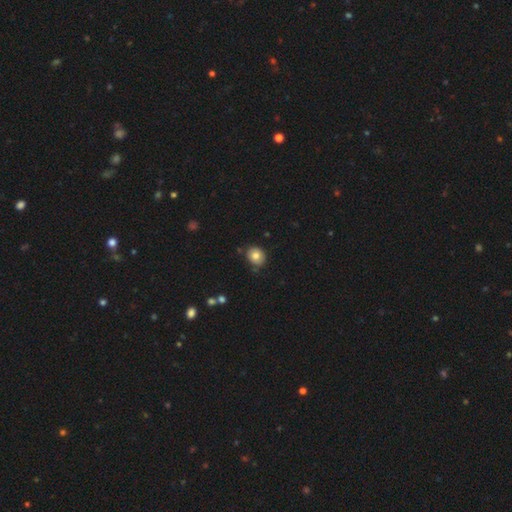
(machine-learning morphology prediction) smooth-or-featured: smooth: 80% | featured or disk: 11% | star or artifact: 10%
  how-rounded: round: 67% | in between: 32% | cigar-shaped: 1%
  merging: none: 78% | minor disturbance: 16% | merger: 3% | major disturbance: 3%